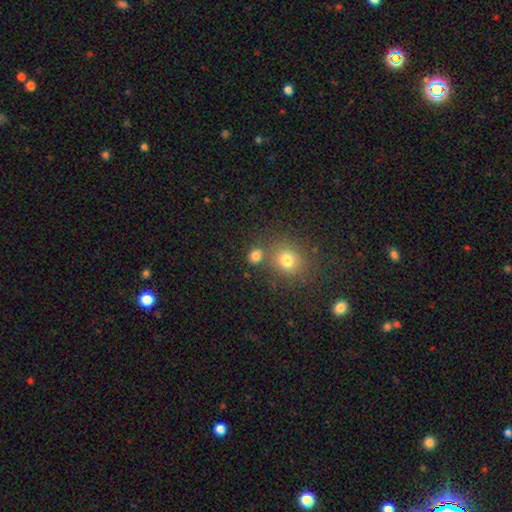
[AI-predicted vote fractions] This is likely a smooth galaxy (78%). How rounded: likely round (66%). Merging: likely none (66%).